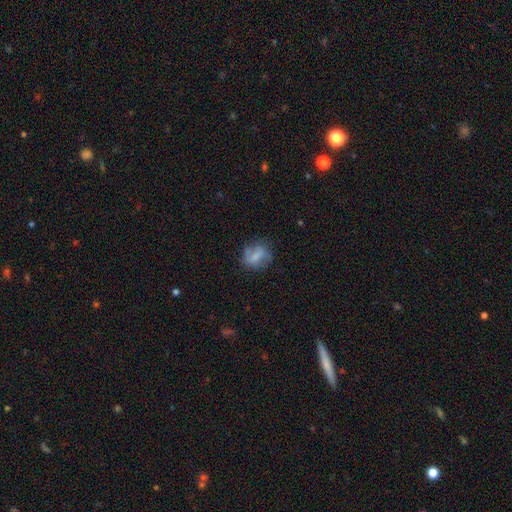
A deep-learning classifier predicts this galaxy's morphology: Smooth or featured? smooth (61%)
How rounded? in between (49%)
Merging? none (60%)